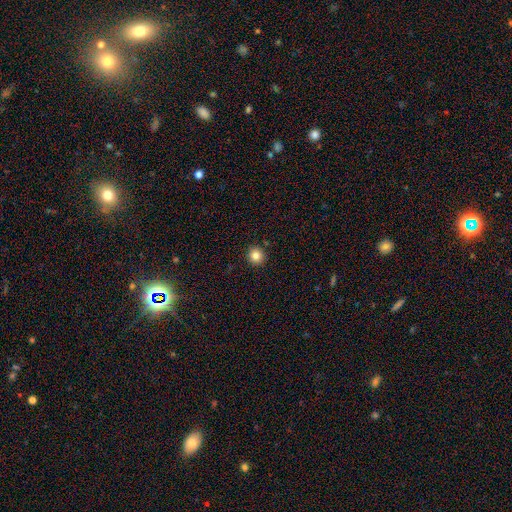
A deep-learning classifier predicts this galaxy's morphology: type=smooth (83%); roundness=round (93%); merging=none (92%).